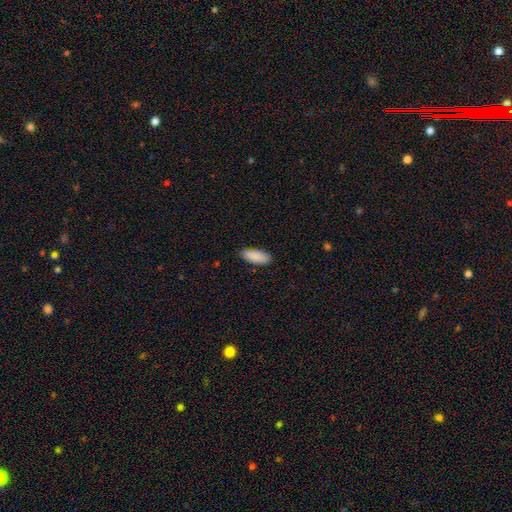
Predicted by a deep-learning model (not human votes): Q: Smooth or featured?
A: smooth (90%); runner-up: star or artifact (6%)
Q: How rounded?
A: in between (84%); runner-up: cigar-shaped (14%)
Q: Merging?
A: none (86%); runner-up: minor disturbance (11%)